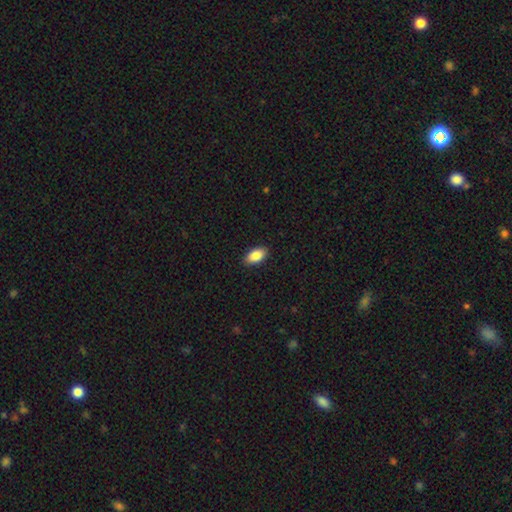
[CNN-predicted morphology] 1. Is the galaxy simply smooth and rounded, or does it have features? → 86% smooth, 7% featured or disk, 7% star or artifact.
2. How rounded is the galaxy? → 93% in between, 4% round, 3% cigar-shaped.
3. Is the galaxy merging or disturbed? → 90% none, 7% minor disturbance, 2% major disturbance, 1% merger.